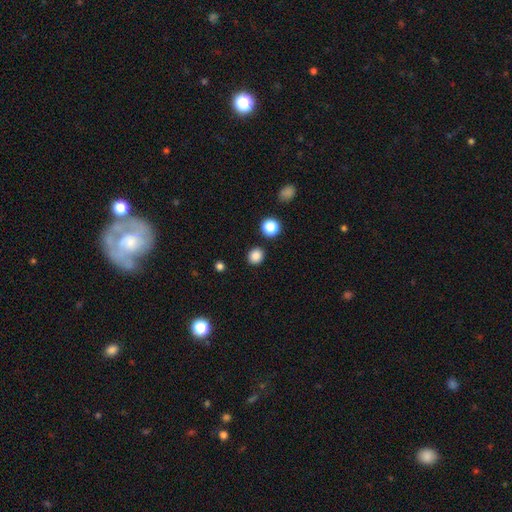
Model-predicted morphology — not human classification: smooth_or_featured: smooth (p=0.85) [alt: star or artifact p=0.12]
how_rounded: round (p=0.80) [alt: in between p=0.19]
merging: none (p=0.88) [alt: minor disturbance p=0.07]